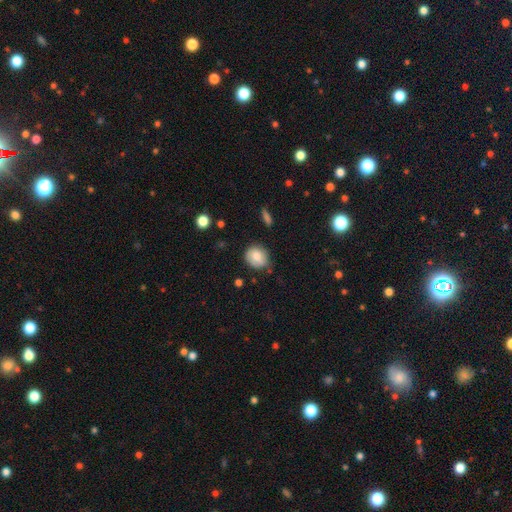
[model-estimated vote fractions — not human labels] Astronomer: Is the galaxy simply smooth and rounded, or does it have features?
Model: smooth — 78%.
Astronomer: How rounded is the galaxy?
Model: round — 72%.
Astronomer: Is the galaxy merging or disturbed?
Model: none — 68%.